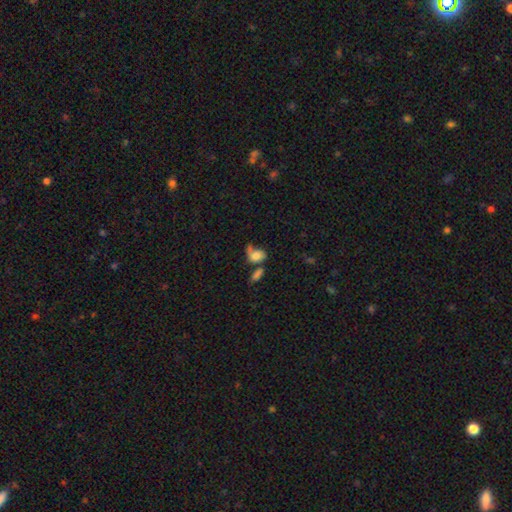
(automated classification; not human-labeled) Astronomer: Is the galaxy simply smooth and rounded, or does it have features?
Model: smooth — 70%.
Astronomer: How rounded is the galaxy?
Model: in between — 69%.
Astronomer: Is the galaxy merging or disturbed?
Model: merger — 31% (runner-up: none, 28%).